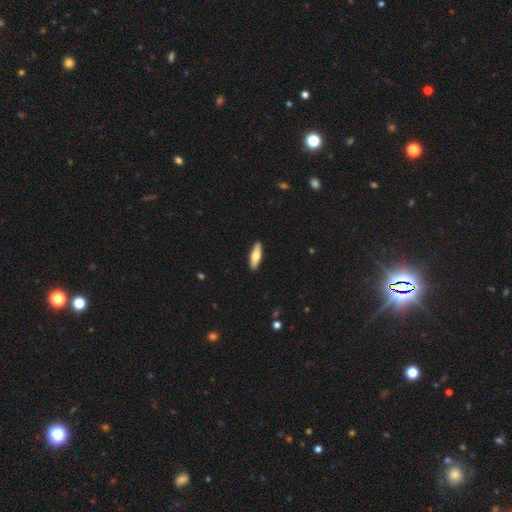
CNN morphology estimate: smooth-or-featured: smooth: 67% | featured or disk: 28% | star or artifact: 5%
  how-rounded: cigar-shaped: 50% | in between: 48% | round: 2%
  merging: none: 90% | minor disturbance: 7% | major disturbance: 1% | merger: 1%